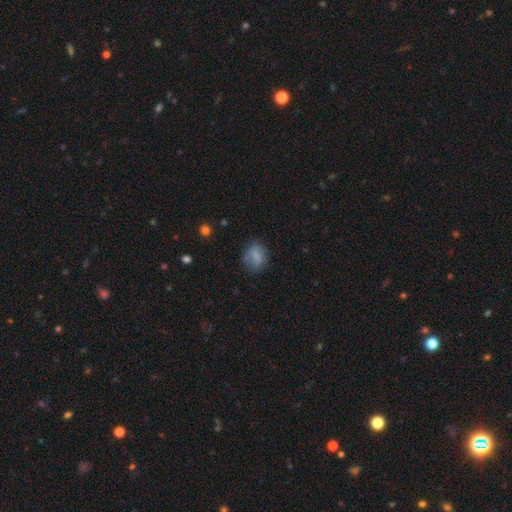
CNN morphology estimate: This is likely a smooth galaxy (78%). How rounded: possibly in between (57%). Merging: likely none (70%).